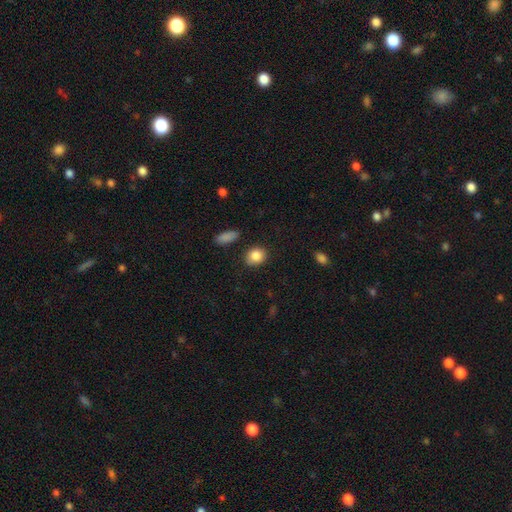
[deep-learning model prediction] Smooth or featured: smooth — 87% (star or artifact — 8%)
How rounded: round — 58% (in between — 41%)
Merging: none — 83% (minor disturbance — 12%)